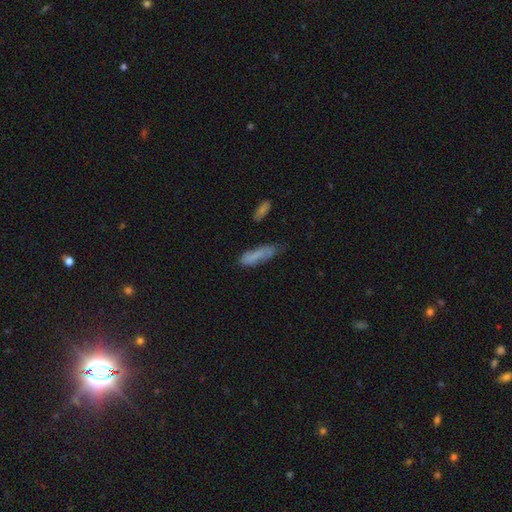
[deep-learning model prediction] smooth-or-featured: smooth: 67% | featured or disk: 23% | star or artifact: 10%
  how-rounded: cigar-shaped: 57% | in between: 41% | round: 2%
  merging: none: 50% | minor disturbance: 29% | major disturbance: 14% | merger: 7%